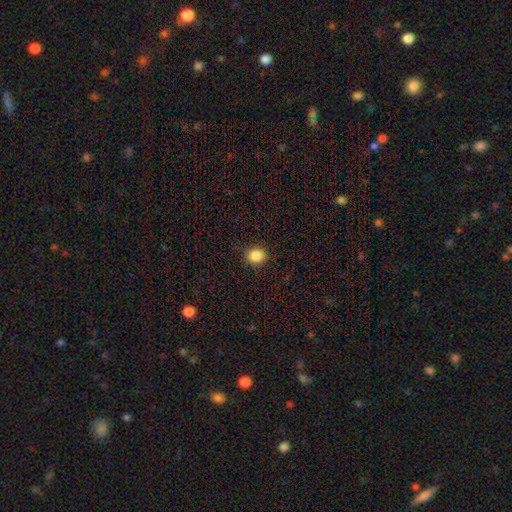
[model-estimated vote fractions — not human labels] This is clearly a smooth galaxy (87%). How rounded: likely round (69%). Merging: clearly none (90%).